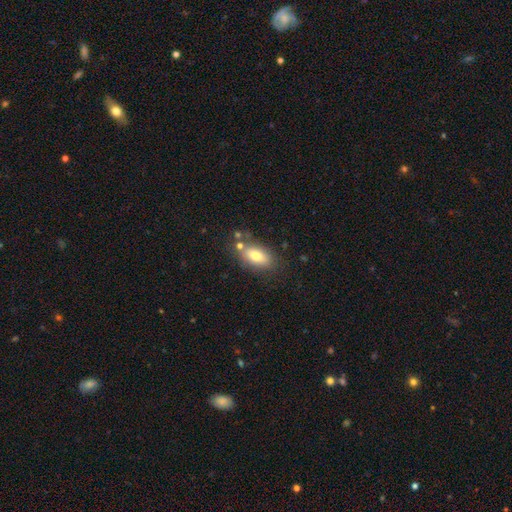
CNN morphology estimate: smooth 74%, featured or disk 17%, star or artifact 9%. Down the decision tree: how rounded — in between (87%); merging — none (72%).